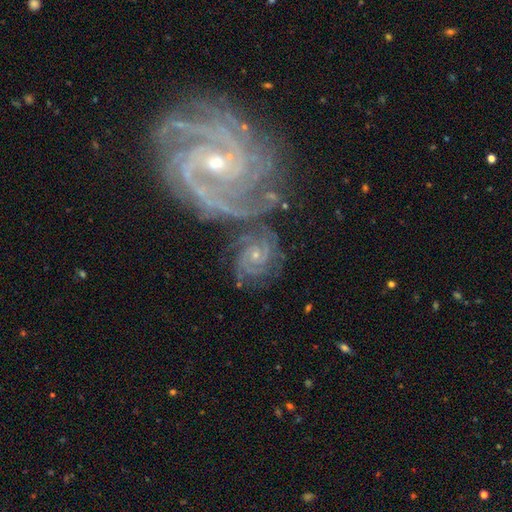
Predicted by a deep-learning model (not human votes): Morphology: type=featured or disk (90%); edge-on=no (98%); bar=no (66%); spiral arms=yes (98%); winding=tight (69%); arm count=2 (33%); bulge=small (70%); merging=none (52%).